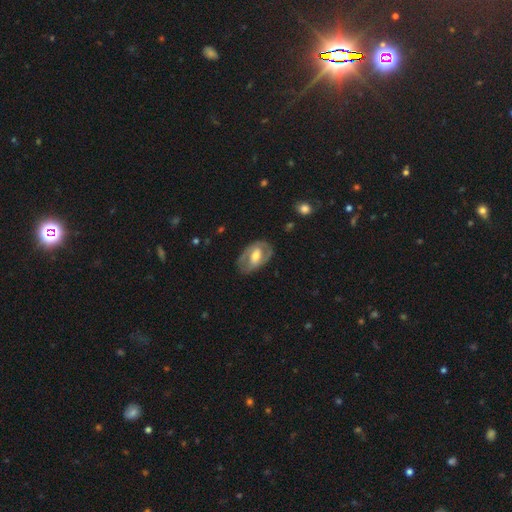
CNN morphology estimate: smooth-or-featured: featured or disk: 62% | smooth: 33% | star or artifact: 6%
  disk-edge-on: no: 92% | yes: 8%
    bar: weak: 39% | no: 34% | strong: 28%
    has-spiral-arms: no: 50% (tied) | yes: 50% (tied)
    bulge-size: moderate: 58% | large: 23% | small: 15% | none: 2% | dominant: 2%
  merging: none: 71% | minor disturbance: 19% | major disturbance: 8% | merger: 1%